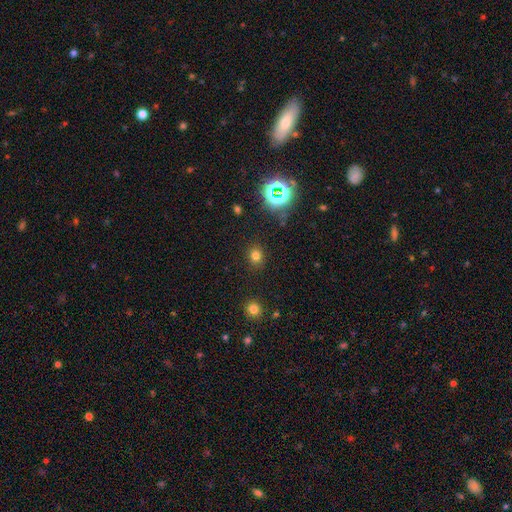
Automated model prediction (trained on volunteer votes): Smooth or featured?
  - smooth: 73% *
  - star or artifact: 21%
  - featured or disk: 6%
How rounded?
  - round: 72% *
  - in between: 27%
  - cigar-shaped: 1%
Merging?
  - none: 86% *
  - minor disturbance: 9%
  - major disturbance: 3%
  - merger: 2%